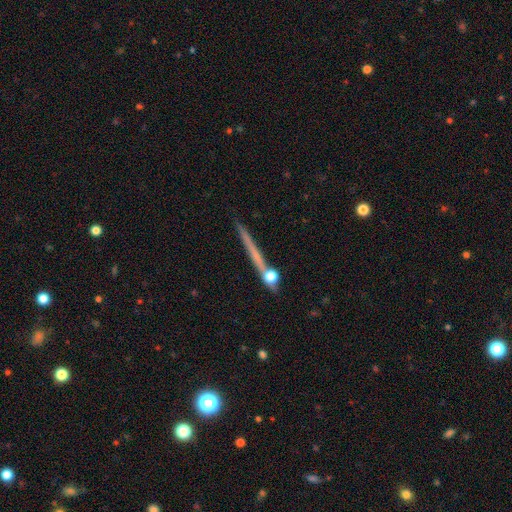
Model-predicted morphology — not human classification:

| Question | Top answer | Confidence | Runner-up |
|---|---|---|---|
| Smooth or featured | featured or disk | 47% | smooth (44%) |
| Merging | none | 82% | minor disturbance (9%) |